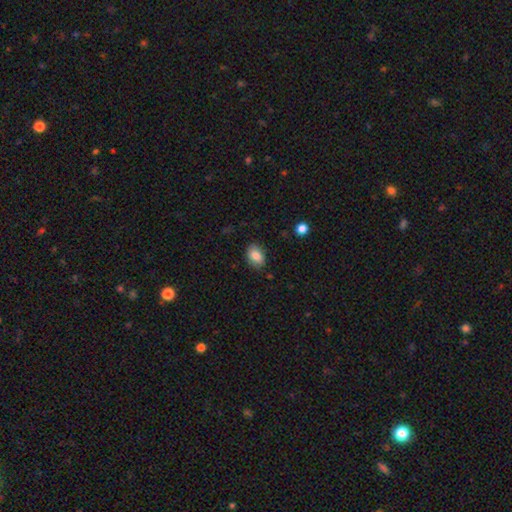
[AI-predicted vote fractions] Smooth or featured? Predicted: smooth (p=0.85). How rounded? Predicted: in between (p=0.79). Merging? Predicted: none (p=0.83).